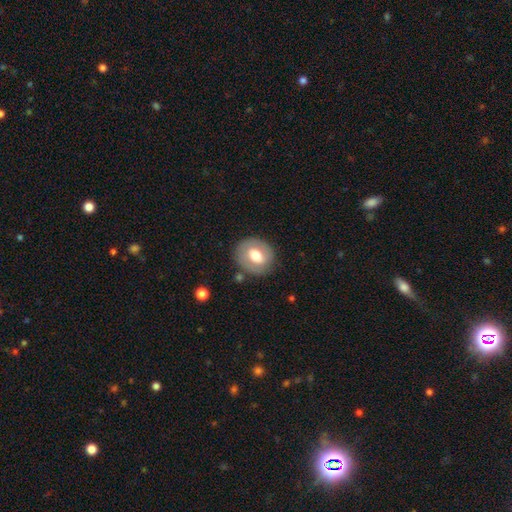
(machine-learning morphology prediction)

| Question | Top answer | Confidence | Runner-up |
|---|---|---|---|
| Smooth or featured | smooth | 58% | featured or disk (35%) |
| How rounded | round | 64% | in between (36%) |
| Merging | none | 81% | minor disturbance (12%) |